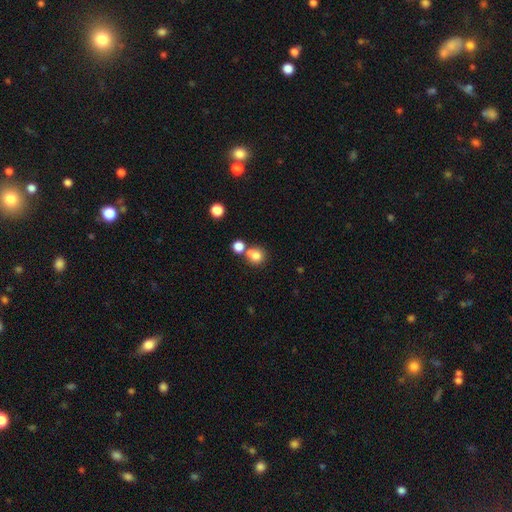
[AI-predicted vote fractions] smooth 78%, star or artifact 12%, featured or disk 10%. Down the decision tree: how rounded — round (81%); merging — none (47%).